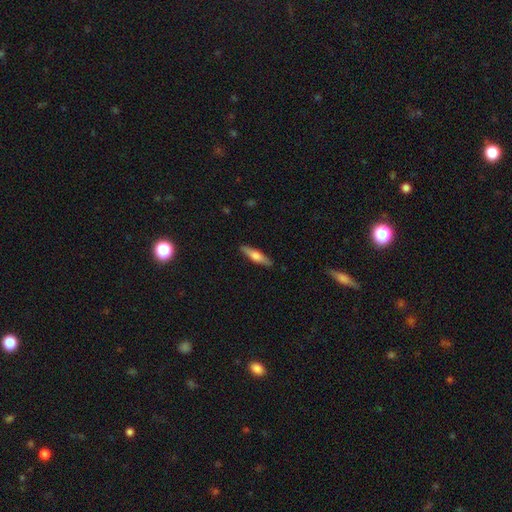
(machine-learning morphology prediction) This appears to be a smooth galaxy with no disk features (54%) that is cigar-shaped (76%). Merging: none (88%).